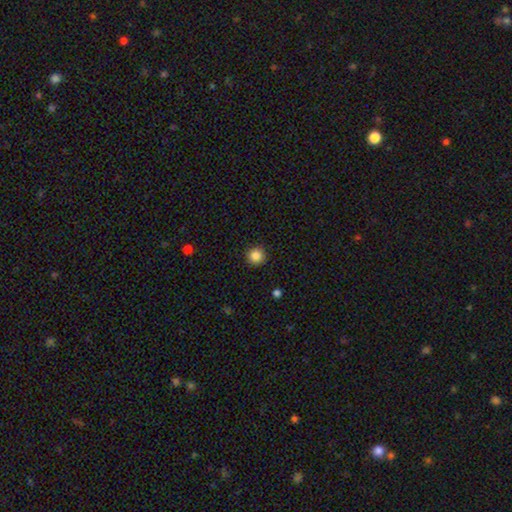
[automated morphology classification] Overall: smooth (85%). How rounded: round (95%). Merging: none (92%).